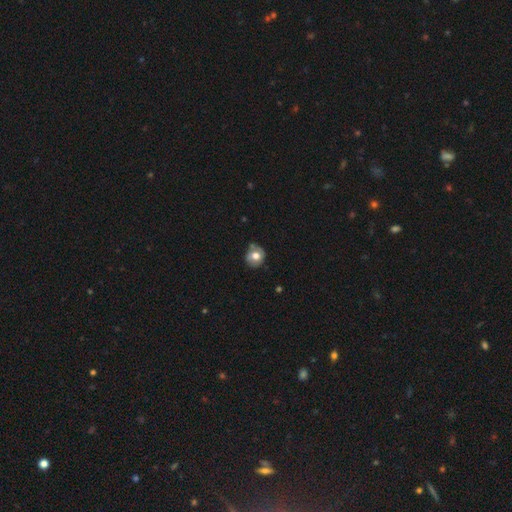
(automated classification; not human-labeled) A smooth galaxy with no disk features (66%) that is round (80%).

Vote fractions:
- Smooth or featured? smooth: 66% / featured or disk: 26% / star or artifact: 9%
- How rounded? round: 80% / in between: 19% / cigar-shaped: 1%
- Merging? none: 66% / minor disturbance: 24% / major disturbance: 6% / merger: 4%